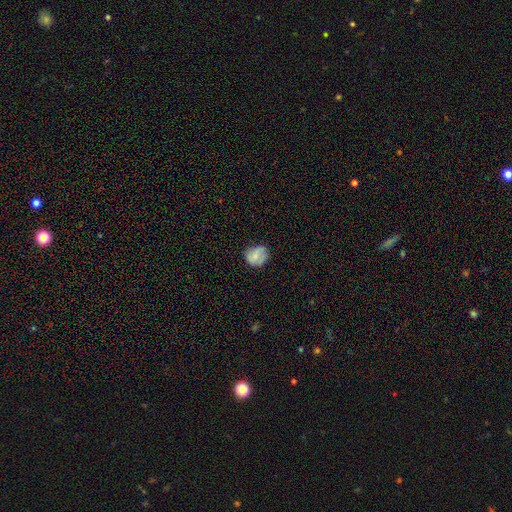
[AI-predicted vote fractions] A smooth galaxy with no disk features (75%) that is round (73%). Merging: none (69%).